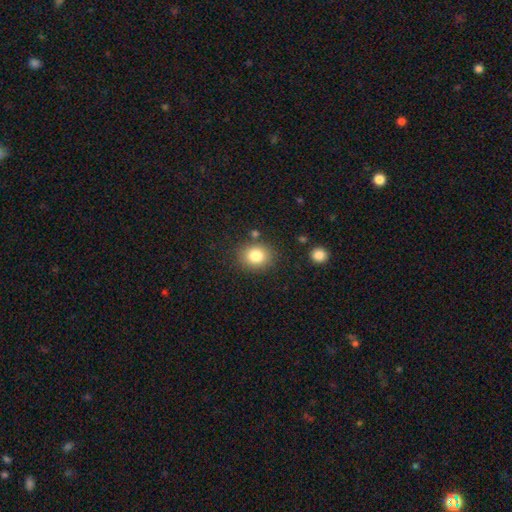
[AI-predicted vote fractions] This is clearly a smooth galaxy (82%). How rounded: likely round (69%). Merging: clearly none (82%).